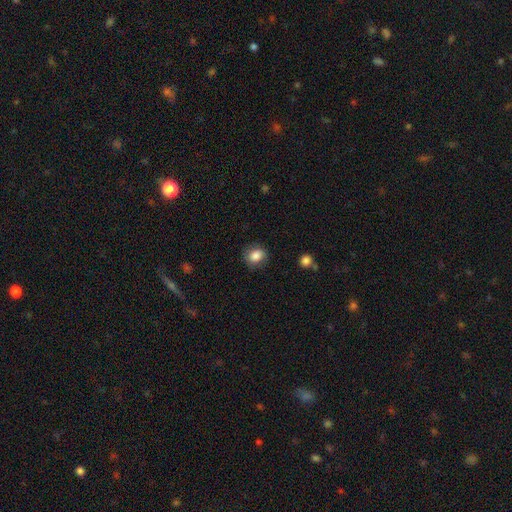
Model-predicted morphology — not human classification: smooth_or_featured: smooth (p=0.84) [alt: star or artifact p=0.08]
how_rounded: round (p=0.57) [alt: in between p=0.42]
merging: none (p=0.79) [alt: minor disturbance p=0.15]